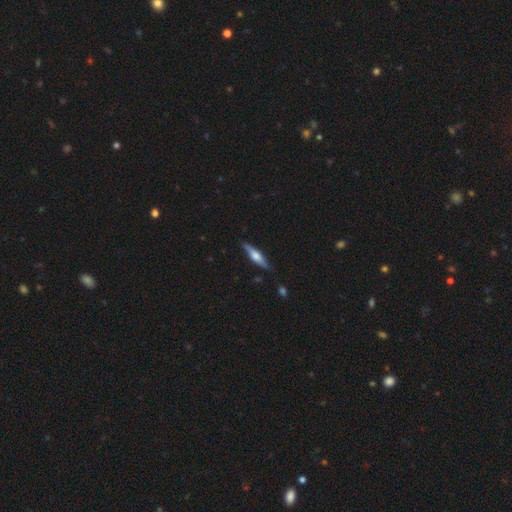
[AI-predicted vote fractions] The model was most divided on "smooth or featured": featured or disk: 59%, smooth: 35%, star or artifact: 6%. More confident: edge-on disk — yes (95%); merging — none (84%); edge-on bulge — rounded (83%).